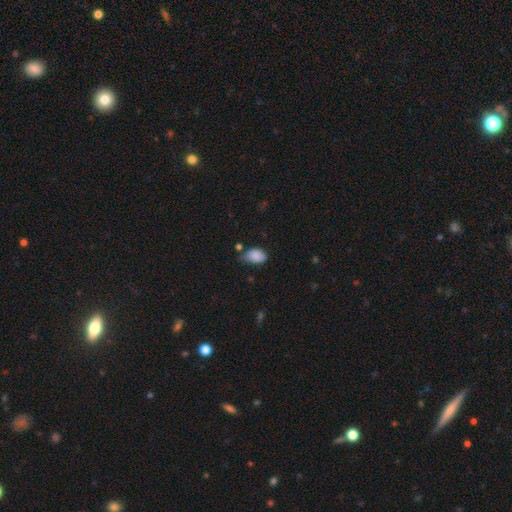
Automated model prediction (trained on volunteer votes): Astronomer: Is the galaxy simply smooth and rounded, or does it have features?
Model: smooth — 87%.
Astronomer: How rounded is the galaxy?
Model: in between — 85%.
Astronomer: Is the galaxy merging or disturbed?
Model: none — 49% (runner-up: minor disturbance, 39%).